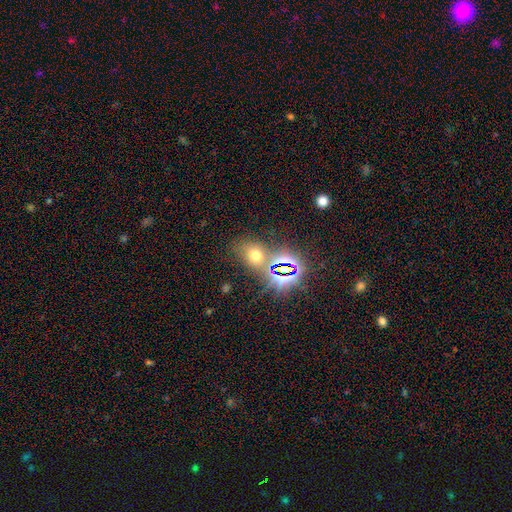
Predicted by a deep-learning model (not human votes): smooth-or-featured: smooth: 53% | star or artifact: 36% | featured or disk: 11%
  how-rounded: in between: 59% | round: 40% | cigar-shaped: 2%
  merging: none: 69% | merger: 13% | minor disturbance: 12% | major disturbance: 6%